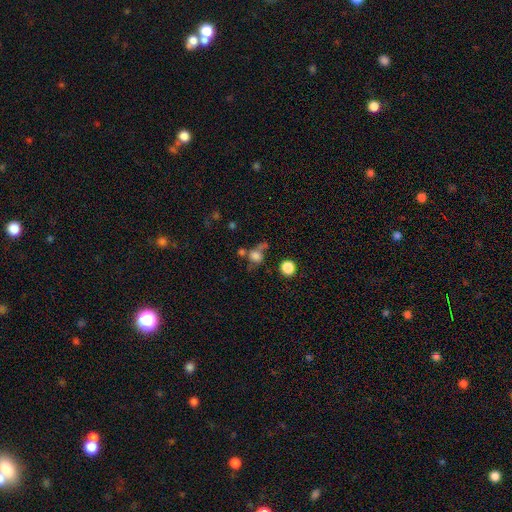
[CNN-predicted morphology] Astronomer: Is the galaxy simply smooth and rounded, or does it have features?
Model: smooth — 71%.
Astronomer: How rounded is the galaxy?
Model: round — 78%.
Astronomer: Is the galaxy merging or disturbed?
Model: none — 46% (runner-up: merger, 24%).